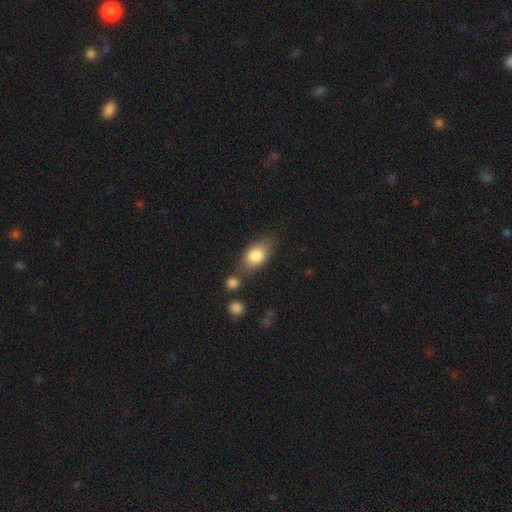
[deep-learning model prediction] A smooth galaxy with no disk features (81%) that is in between round and cigar-shaped (82%). Merging: none (60%).